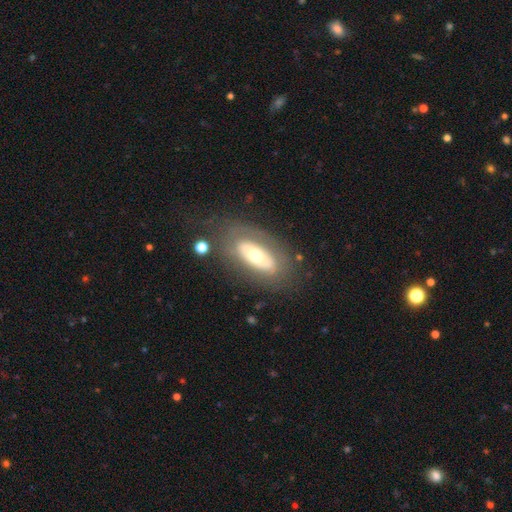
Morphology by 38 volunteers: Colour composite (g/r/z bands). It shows a featured or disk galaxy (63%) with no bar (89%), no spiral arms (84%) and a moderate central bulge (63%). Merging: none (69%).